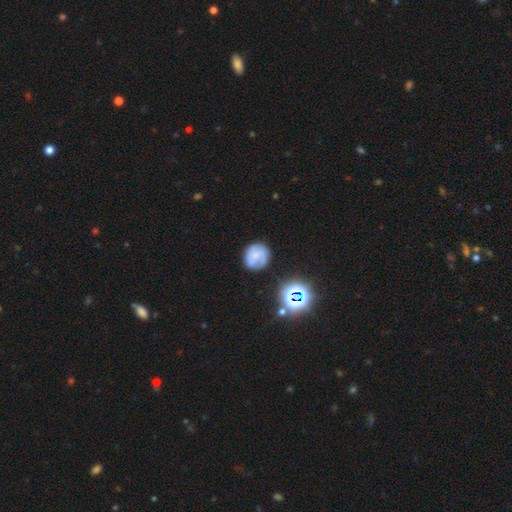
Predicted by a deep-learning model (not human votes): Overall: smooth (54%; featured or disk 32%). How rounded: round (81%). Merging: none (68%).